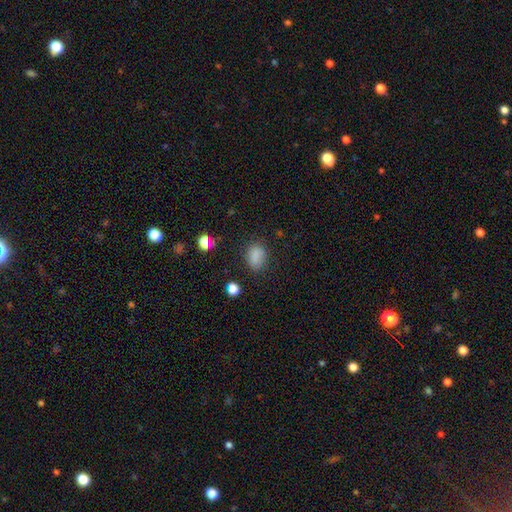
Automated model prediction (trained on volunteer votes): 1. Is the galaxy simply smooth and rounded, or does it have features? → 82% smooth, 13% star or artifact, 5% featured or disk.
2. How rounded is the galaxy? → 67% in between, 32% round, 1% cigar-shaped.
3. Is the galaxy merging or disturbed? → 77% none, 16% minor disturbance, 5% major disturbance, 2% merger.